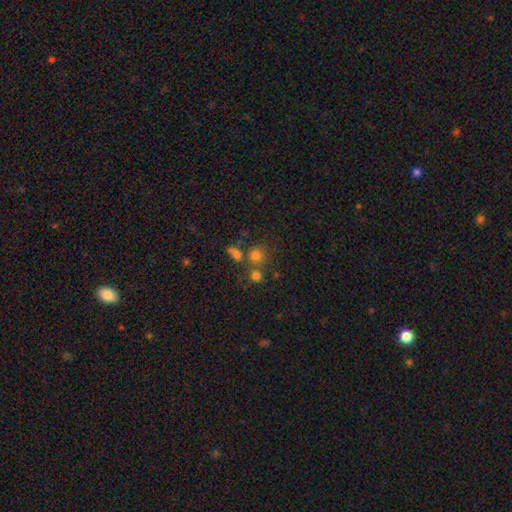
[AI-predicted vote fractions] smooth 70%, star or artifact 20%, featured or disk 10%. Down the decision tree: how rounded — round (85%); merging — none (59%).